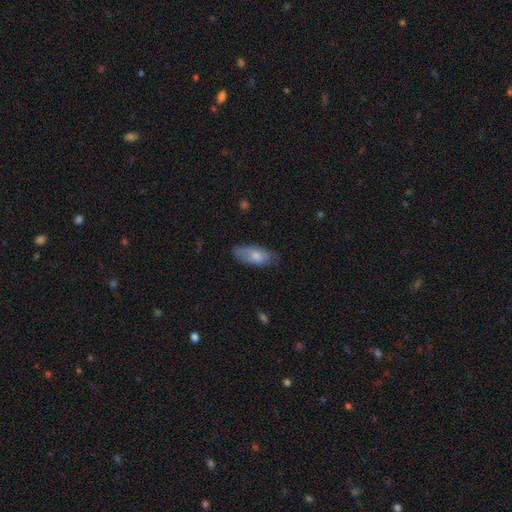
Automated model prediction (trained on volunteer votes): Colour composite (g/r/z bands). It shows a smooth galaxy with no disk features (71%) that is in between round and cigar-shaped (86%). Merging: none (65%).